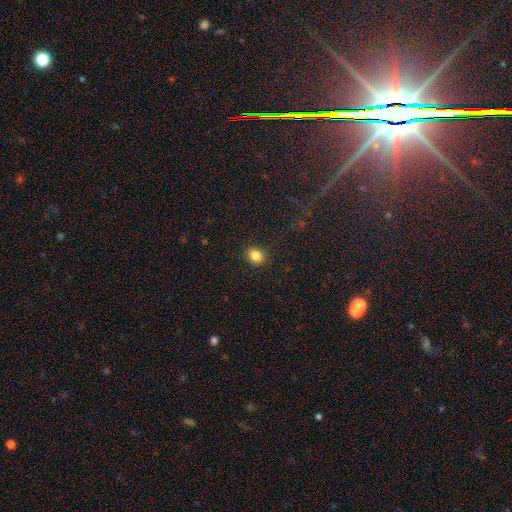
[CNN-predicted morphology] smooth_or_featured: smooth (p=0.85) [alt: star or artifact p=0.11]
how_rounded: round (p=0.68) [alt: in between p=0.32]
merging: none (p=0.90) [alt: minor disturbance p=0.06]